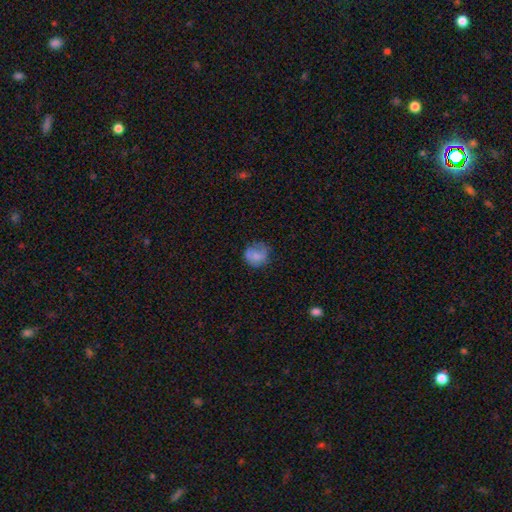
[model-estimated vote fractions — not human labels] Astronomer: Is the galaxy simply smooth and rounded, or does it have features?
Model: smooth — 71%.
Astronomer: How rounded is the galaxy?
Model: round — 78%.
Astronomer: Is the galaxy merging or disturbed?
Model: none — 58%.